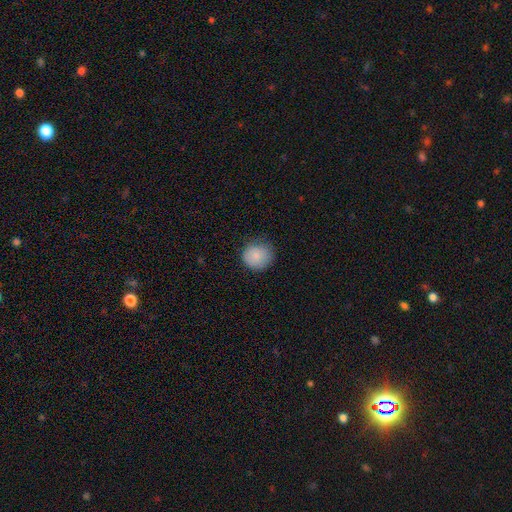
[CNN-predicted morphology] Overall: smooth (86%). How rounded: round (90%). Merging: none (78%).